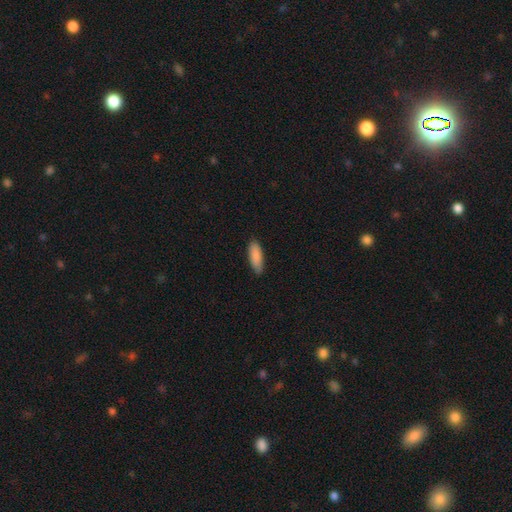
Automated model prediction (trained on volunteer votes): Smooth or featured? Predicted: smooth (p=0.88). How rounded? Predicted: in between (p=0.60). Merging? Predicted: none (p=0.84).